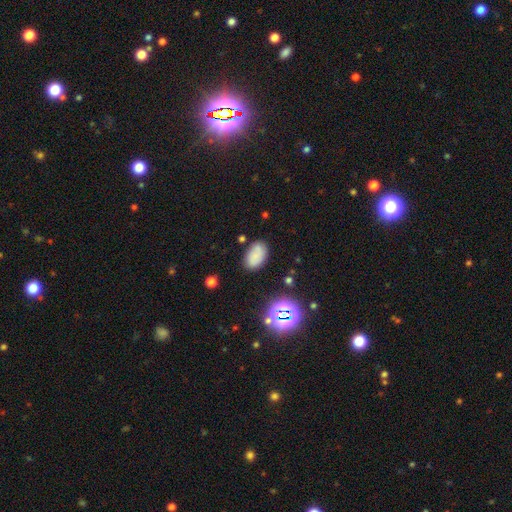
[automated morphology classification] Q: Smooth or featured?
A: smooth (76%); runner-up: star or artifact (12%)
Q: How rounded?
A: in between (91%); runner-up: round (7%)
Q: Merging?
A: none (78%); runner-up: minor disturbance (14%)